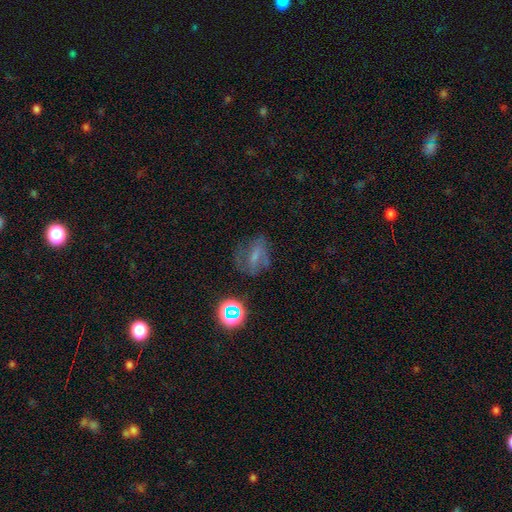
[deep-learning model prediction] Overall: featured or disk (39%, tied with smooth). Merging: none (55%; minor disturbance 23%).